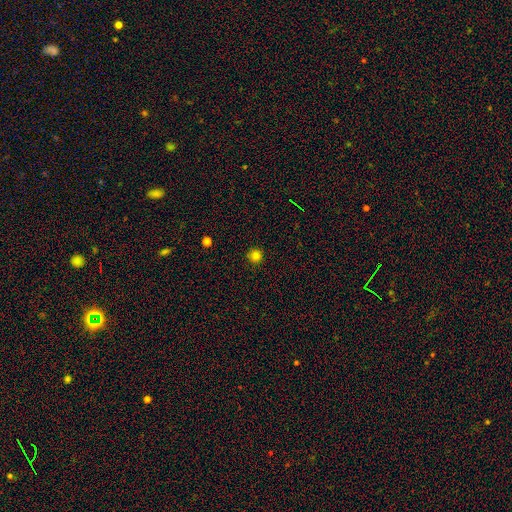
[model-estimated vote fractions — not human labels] This is clearly a smooth galaxy (82%). How rounded: clearly round (96%). Merging: clearly none (92%).